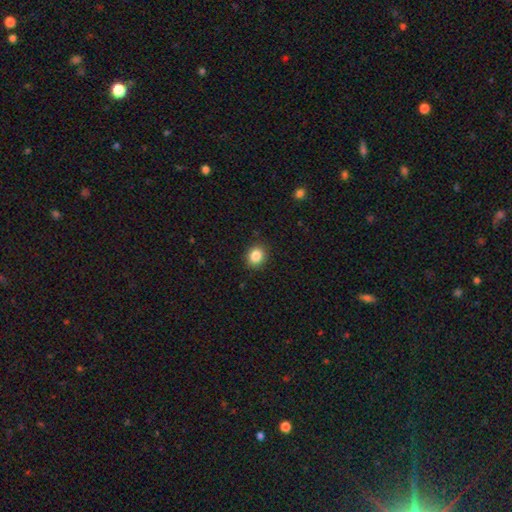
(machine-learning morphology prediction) The model was most divided on "how rounded": round: 63%, in between: 36%, cigar-shaped: 1%. More confident: merging — none (89%); smooth or featured — smooth (86%).